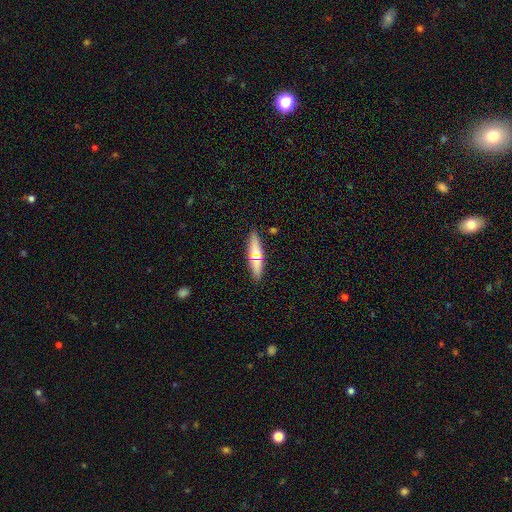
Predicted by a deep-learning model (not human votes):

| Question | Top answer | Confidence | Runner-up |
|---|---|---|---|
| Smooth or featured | smooth | 64% | featured or disk (27%) |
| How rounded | cigar-shaped | 67% | in between (31%) |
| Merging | none | 87% | minor disturbance (8%) |